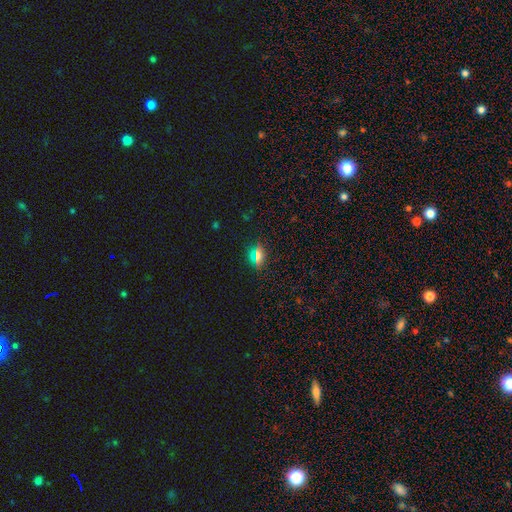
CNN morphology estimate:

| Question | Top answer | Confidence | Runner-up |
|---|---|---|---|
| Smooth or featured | smooth | 57% | star or artifact (31%) |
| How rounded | in between | 46% | round (45%) |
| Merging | none | 87% | minor disturbance (8%) |